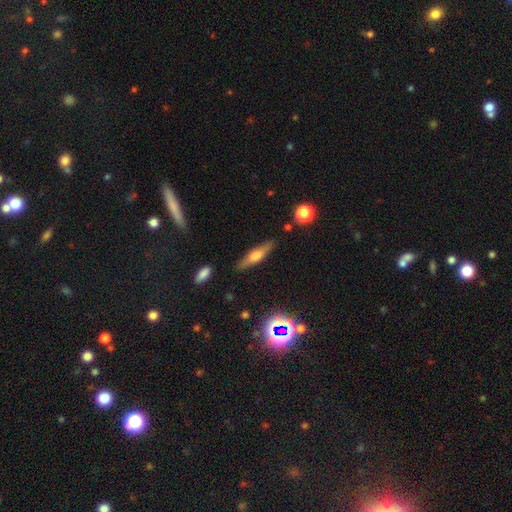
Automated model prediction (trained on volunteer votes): featured or disk 50%, smooth 41%, star or artifact 9%. Down the decision tree: edge-on disk — yes (92%); merging — none (85%).